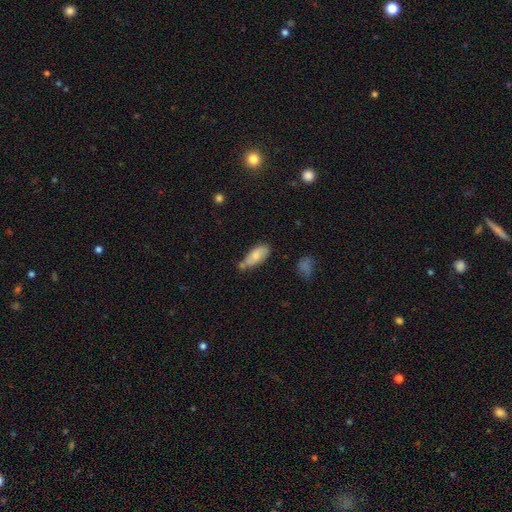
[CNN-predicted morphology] A smooth galaxy with no disk features (71%) that is in between round and cigar-shaped (84%). Merging: none (53%).